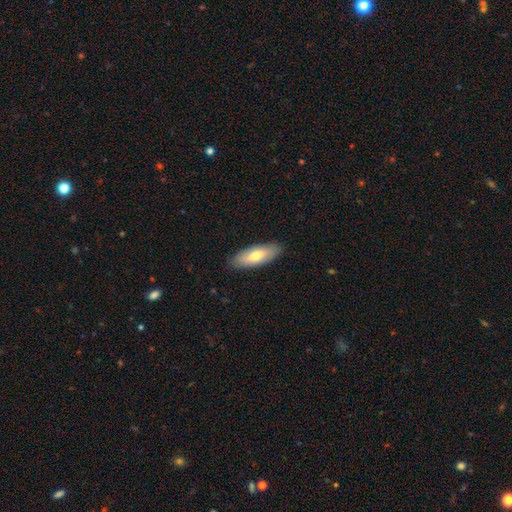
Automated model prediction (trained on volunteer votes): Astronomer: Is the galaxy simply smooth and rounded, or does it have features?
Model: smooth — 71%.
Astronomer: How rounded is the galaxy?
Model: in between — 70%.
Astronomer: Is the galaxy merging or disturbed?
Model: none — 88%.